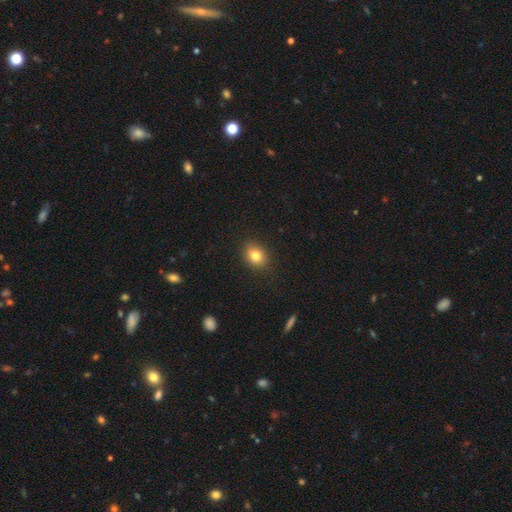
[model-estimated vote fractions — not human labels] This is clearly a smooth galaxy (81%). How rounded: possibly in between (53%). Merging: clearly none (88%).